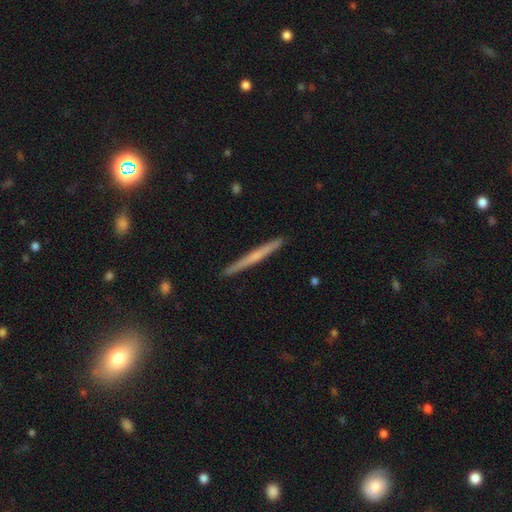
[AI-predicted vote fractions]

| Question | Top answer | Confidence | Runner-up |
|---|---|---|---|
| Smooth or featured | featured or disk | 55% | smooth (38%) |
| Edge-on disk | yes | 98% | no (2%) |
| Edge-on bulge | none | 65% | rounded (30%) |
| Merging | none | 92% | minor disturbance (6%) |